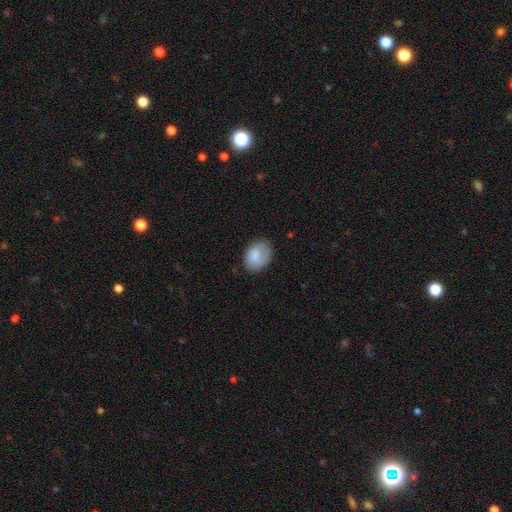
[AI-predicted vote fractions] Smooth or featured? smooth (79%)
How rounded? in between (74%)
Merging? none (65%)